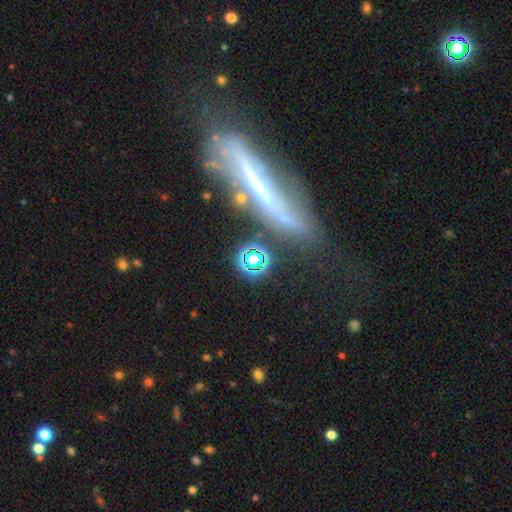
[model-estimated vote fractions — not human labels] The model was most divided on "merging": none: 53%, minor disturbance: 23%, major disturbance: 17%, merger: 7%. More confident: edge-on disk — yes (65%); smooth or featured — featured or disk (65%).